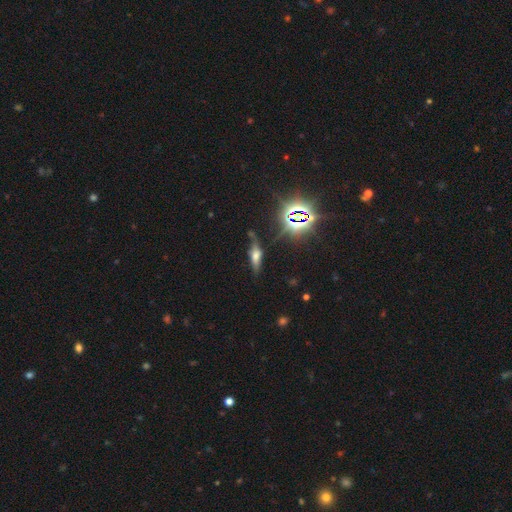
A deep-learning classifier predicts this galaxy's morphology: smooth-or-featured: featured or disk: 41% | smooth: 36% | star or artifact: 23%
  merging: none: 65% | minor disturbance: 22% | major disturbance: 9% | merger: 5%